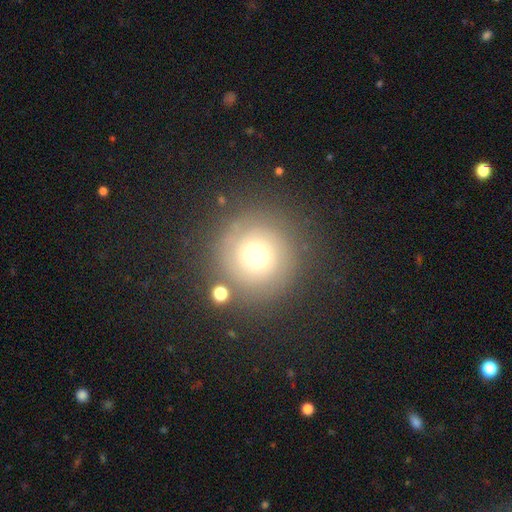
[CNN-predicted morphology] The model was most divided on "smooth or featured": smooth: 49%, featured or disk: 37%, star or artifact: 14%. More confident: merging — none (80%).